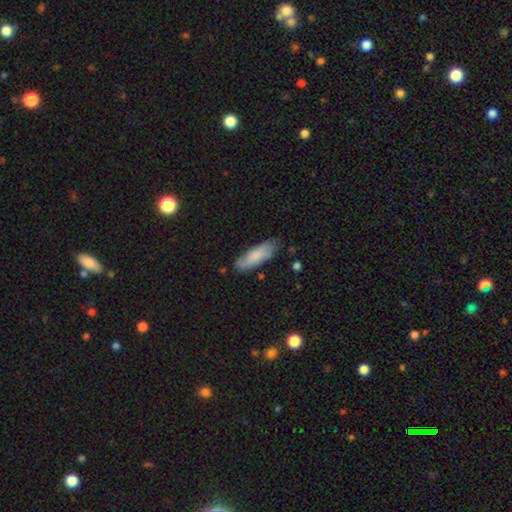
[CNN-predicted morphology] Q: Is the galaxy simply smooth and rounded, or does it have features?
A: smooth — 75%.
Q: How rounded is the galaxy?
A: in between — 55%.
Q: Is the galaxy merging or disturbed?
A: none — 75%.